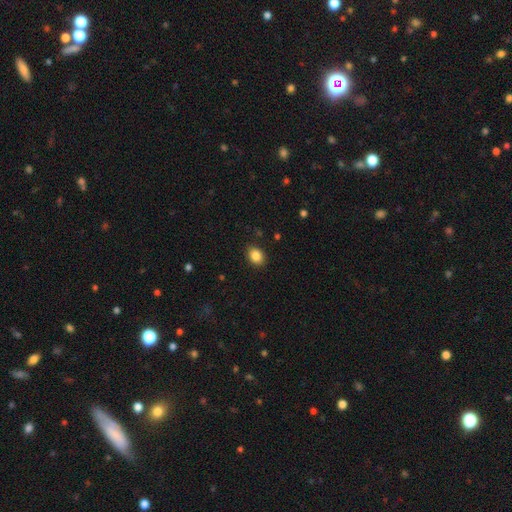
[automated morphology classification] Smooth or featured? Predicted: smooth (p=0.87). How rounded? Predicted: in between (p=0.58). Merging? Predicted: none (p=0.88).